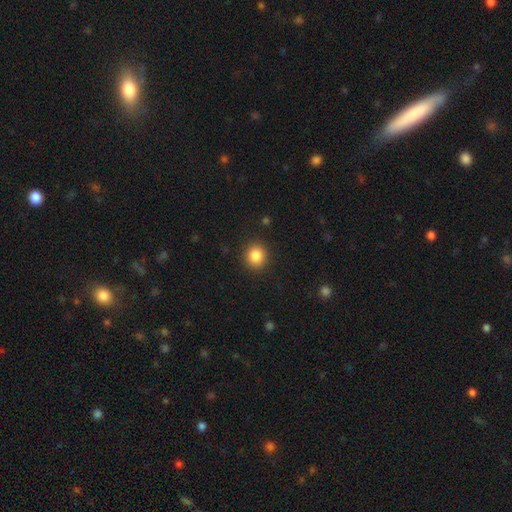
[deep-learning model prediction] Smooth or featured? Predicted: smooth (p=0.86). How rounded? Predicted: round (p=0.85). Merging? Predicted: none (p=0.90).